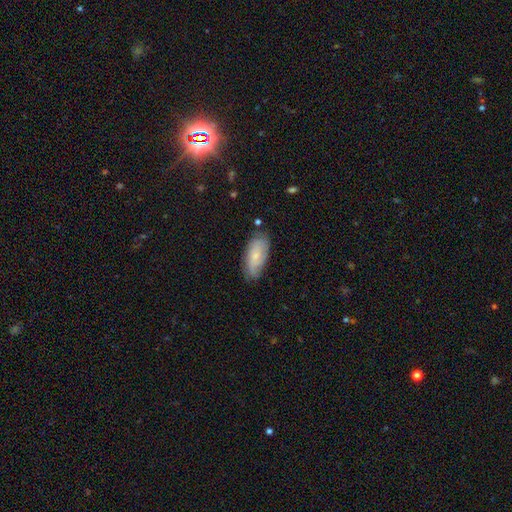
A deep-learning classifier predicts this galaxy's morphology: Smooth or featured? smooth (56%)
How rounded? in between (85%)
Merging? none (73%)